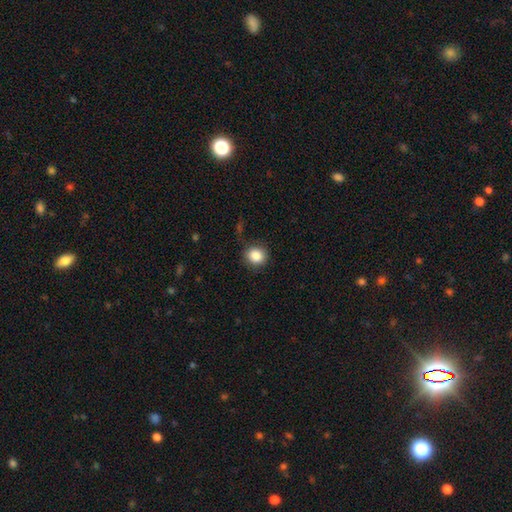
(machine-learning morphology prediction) Smooth or featured?
  - smooth: 86% *
  - star or artifact: 10%
  - featured or disk: 5%
How rounded?
  - round: 85% *
  - in between: 14%
  - cigar-shaped: 1%
Merging?
  - none: 83% *
  - minor disturbance: 12%
  - major disturbance: 4%
  - merger: 1%